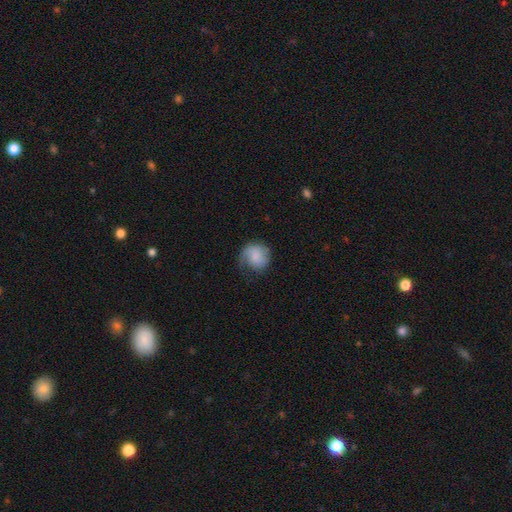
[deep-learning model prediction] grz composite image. It shows a smooth galaxy with no disk features (70%) that is round (80%). Merging: none (49%).